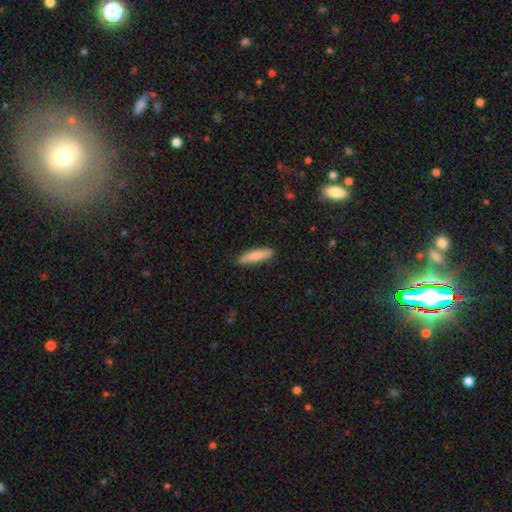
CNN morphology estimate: A smooth galaxy with no disk features (82%) that is cigar-shaped (74%).

Vote fractions:
- Smooth or featured? smooth: 82% / featured or disk: 13% / star or artifact: 5%
- How rounded? cigar-shaped: 74% / in between: 24% / round: 2%
- Merging? none: 89% / minor disturbance: 9% / major disturbance: 2% / merger: 1%